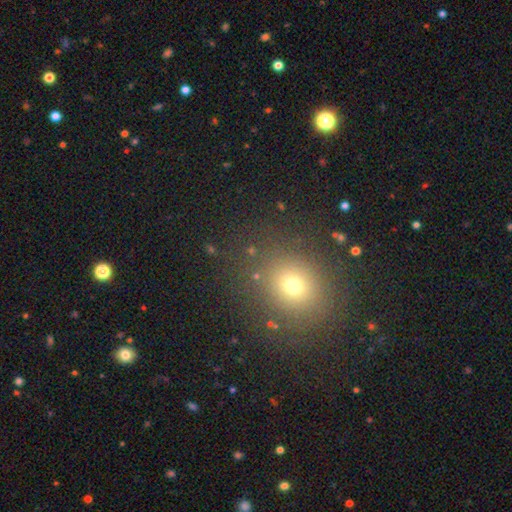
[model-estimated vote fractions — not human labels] This appears to be a smooth galaxy with no disk features (59%) that is round (74%). Merging: none (88%).